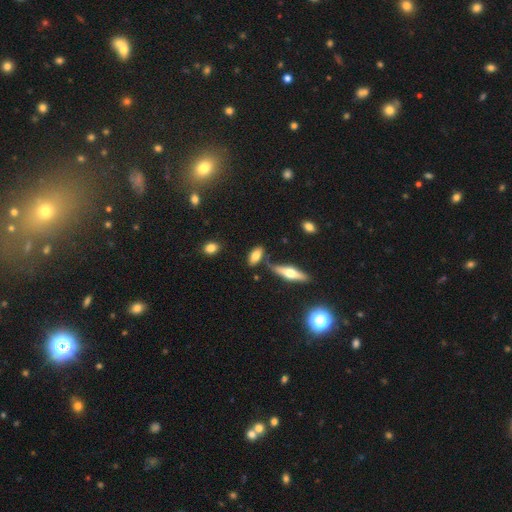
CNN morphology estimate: Q: Smooth or featured?
A: smooth (73%); runner-up: featured or disk (19%)
Q: How rounded?
A: in between (80%); runner-up: cigar-shaped (17%)
Q: Merging?
A: none (67%); runner-up: minor disturbance (15%)